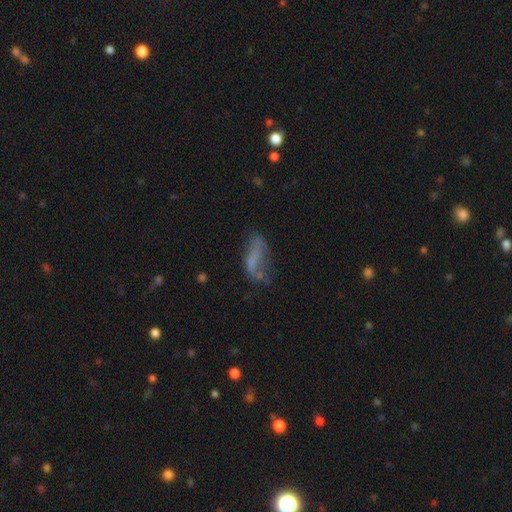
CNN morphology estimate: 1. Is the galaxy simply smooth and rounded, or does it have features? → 45% smooth, 40% featured or disk, 15% star or artifact.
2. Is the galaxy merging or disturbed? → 38% none, 28% major disturbance, 27% minor disturbance, 7% merger.